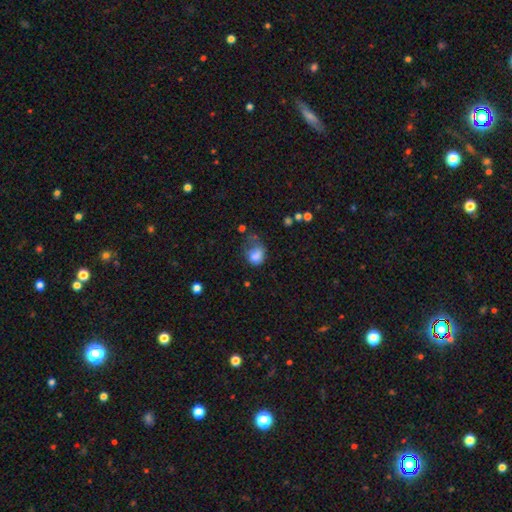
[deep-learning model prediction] Overall: smooth (78%). How rounded: round (56%; in between 43%). Merging: major disturbance (36%; minor disturbance 30%).